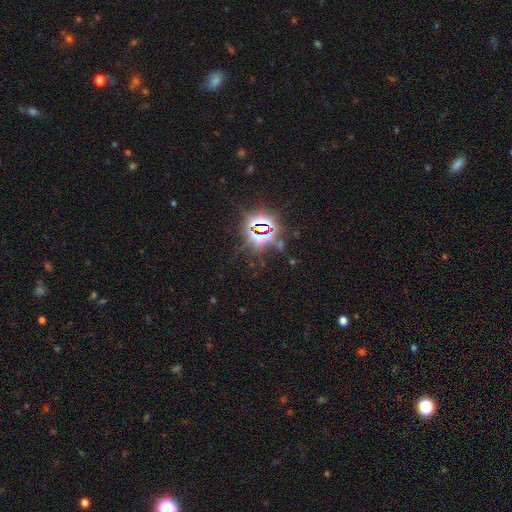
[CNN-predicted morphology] This appears to be a star or artifact, not a galaxy (84%).